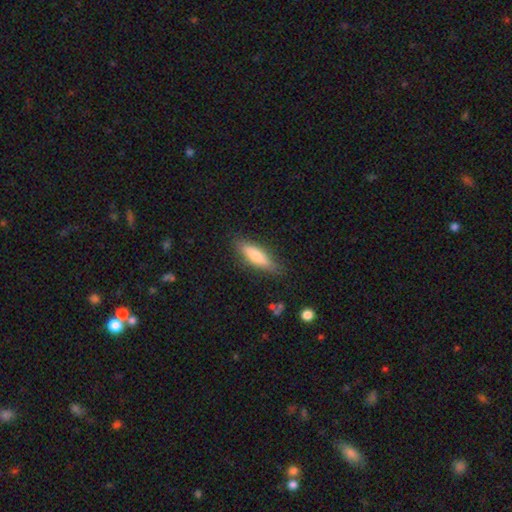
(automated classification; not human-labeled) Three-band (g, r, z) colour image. It shows a smooth galaxy with no disk features (71%) that is cigar-shaped (60%). Merging: none (82%).